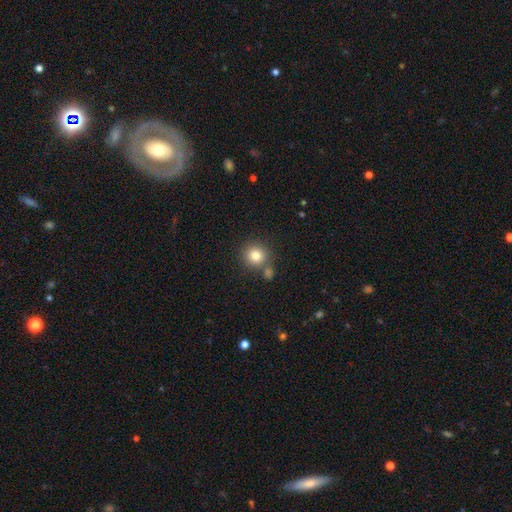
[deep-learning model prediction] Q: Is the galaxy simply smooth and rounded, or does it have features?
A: smooth — 82%.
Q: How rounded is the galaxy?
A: round — 92%.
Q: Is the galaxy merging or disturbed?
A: none — 72%.